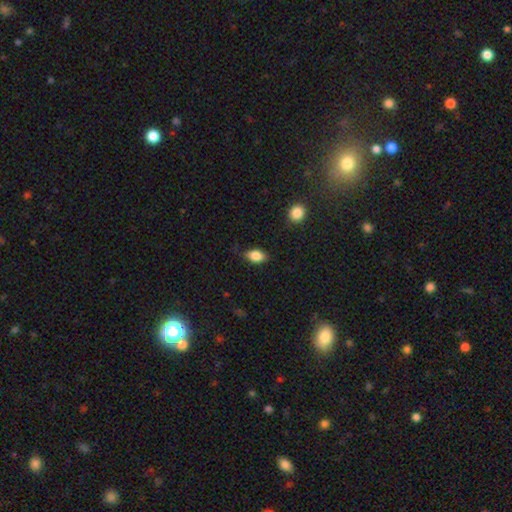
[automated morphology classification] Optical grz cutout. It shows a smooth galaxy with no disk features (83%) that is in between round and cigar-shaped (85%). Merging: none (74%).